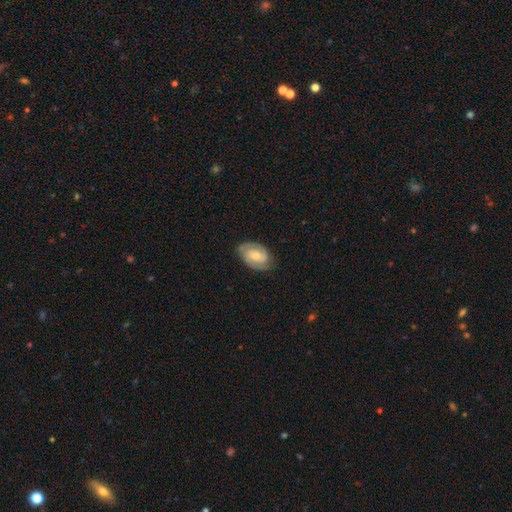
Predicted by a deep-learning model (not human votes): Overall: featured or disk (69%). Edge-on disk: no (97%). Bar: no (51%; weak 39%). Spiral arms: yes (92%). Spiral arm count: 2 (82%). Spiral winding: tight (53%; medium 38%). Bulge size: small (50%; moderate 39%). Merging: none (78%).